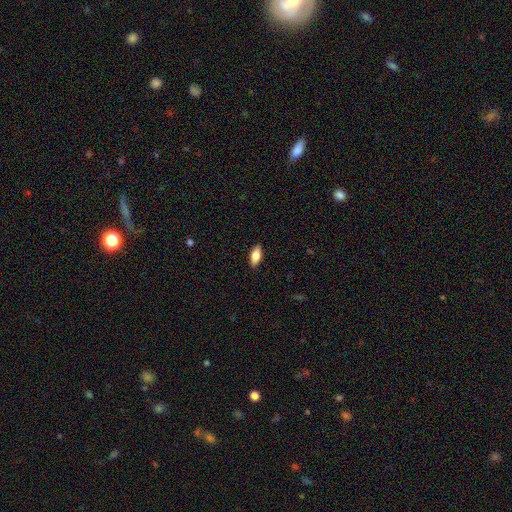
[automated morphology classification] Smooth or featured? smooth (78%)
How rounded? in between (84%)
Merging? none (88%)